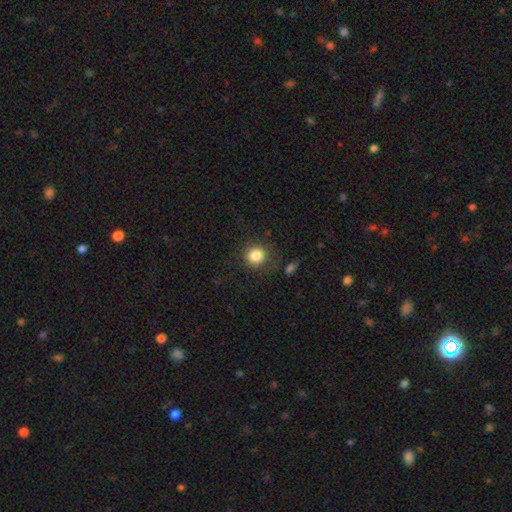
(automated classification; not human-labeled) A smooth galaxy with no disk features (84%) that is round (92%). Merging: none (84%).